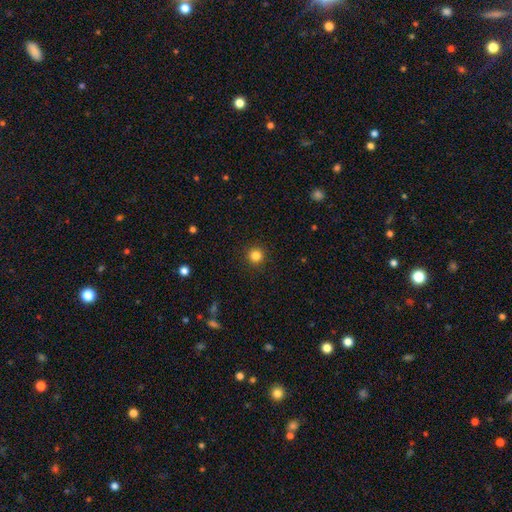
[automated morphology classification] This appears to be a smooth galaxy with no disk features (84%) that is round (95%). Merging: none (92%).